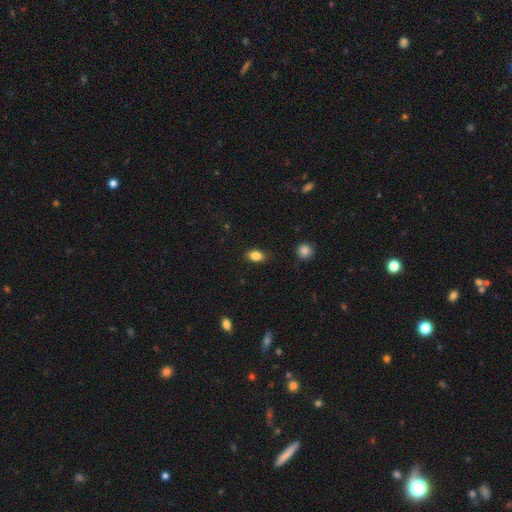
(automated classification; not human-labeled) This is clearly a smooth galaxy (84%). How rounded: clearly in between (84%). Merging: clearly none (86%).